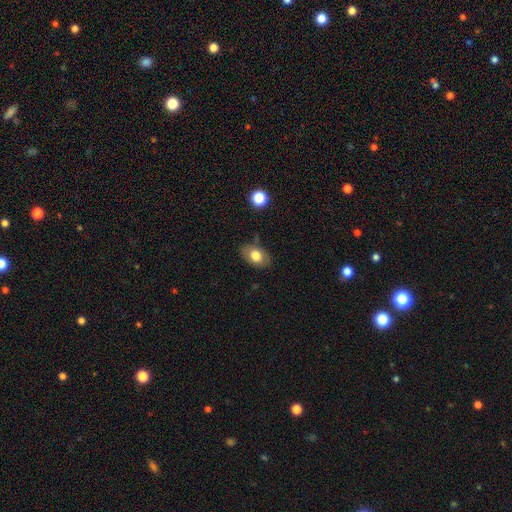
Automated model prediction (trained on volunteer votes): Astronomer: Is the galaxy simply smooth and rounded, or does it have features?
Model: smooth — 77%.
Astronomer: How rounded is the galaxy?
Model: in between — 84%.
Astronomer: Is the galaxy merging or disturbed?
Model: none — 78%.